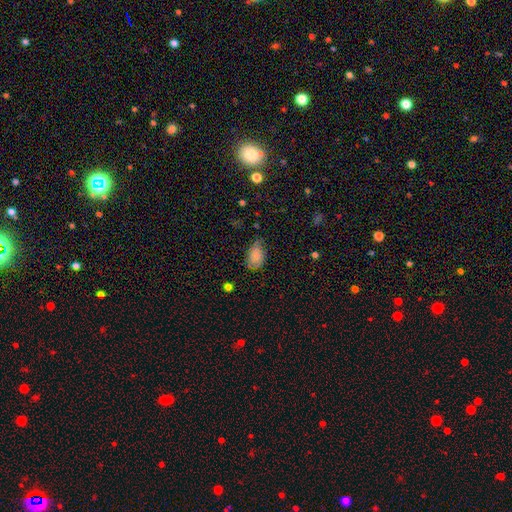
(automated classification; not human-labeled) Q: Smooth or featured?
A: smooth (70%); runner-up: featured or disk (21%)
Q: How rounded?
A: in between (88%); runner-up: round (10%)
Q: Merging?
A: none (58%); runner-up: minor disturbance (32%)